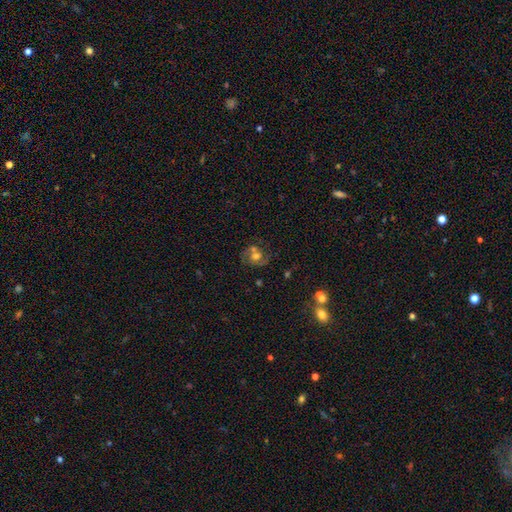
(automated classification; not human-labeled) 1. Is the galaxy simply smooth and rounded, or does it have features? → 57% featured or disk, 32% smooth, 11% star or artifact.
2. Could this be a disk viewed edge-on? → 97% no, 3% yes.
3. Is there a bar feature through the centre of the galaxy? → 70% no, 24% weak, 6% strong.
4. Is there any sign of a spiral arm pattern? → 76% yes, 24% no.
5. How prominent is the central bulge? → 62% moderate, 22% large, 11% small, 3% none, 2% dominant.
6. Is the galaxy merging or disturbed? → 51% none, 23% merger, 17% minor disturbance, 10% major disturbance.